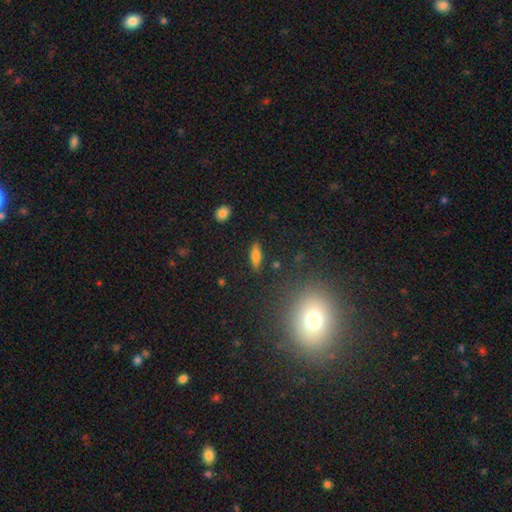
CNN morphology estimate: A smooth galaxy with no disk features (72%) that is in between round and cigar-shaped (53%). Merging: none (86%).